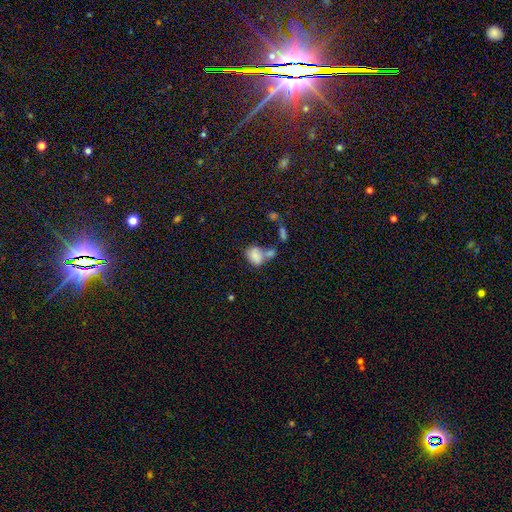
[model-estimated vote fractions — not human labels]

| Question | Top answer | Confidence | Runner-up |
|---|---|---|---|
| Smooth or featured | smooth | 78% | featured or disk (12%) |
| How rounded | in between | 77% | round (21%) |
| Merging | merger | 50% | none (28%) |